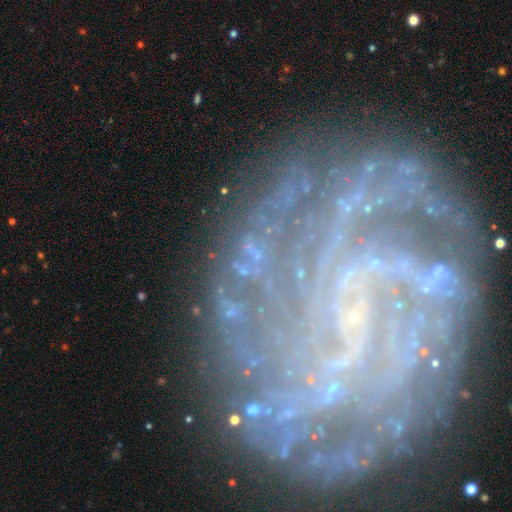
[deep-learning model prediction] smooth-or-featured: featured or disk: 64% | star or artifact: 24% | smooth: 12%
  disk-edge-on: no: 94% | yes: 6%
    bar: no: 53% | weak: 25% | strong: 21%
    has-spiral-arms: yes: 89% | no: 11%
      spiral-winding: tight: 74% | medium: 20% | loose: 6%
      spiral-arm-count: can't tell: 30% | 3: 16% | more than 4: 15% | 2: 14% | 4: 13% | 1: 11%
    bulge-size: small: 67% | moderate: 16% | none: 11% | large: 4% | dominant: 2%
  merging: none: 69% | minor disturbance: 16% | major disturbance: 10% | merger: 4%